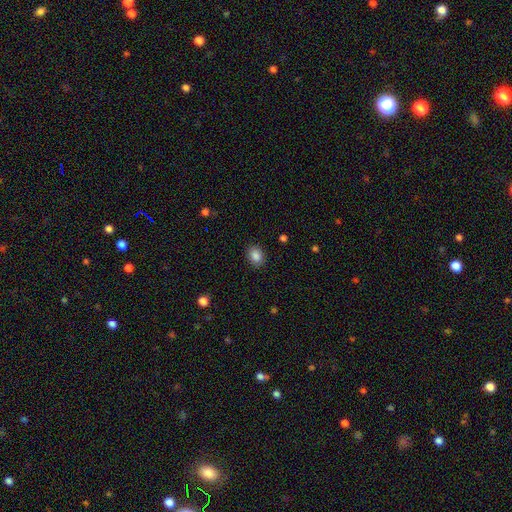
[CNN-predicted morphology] This appears to be a smooth galaxy with no disk features (86%) that is in between round and cigar-shaped (60%). Merging: none (88%).